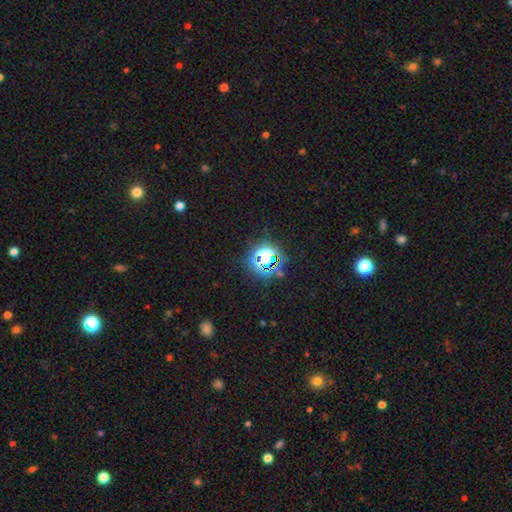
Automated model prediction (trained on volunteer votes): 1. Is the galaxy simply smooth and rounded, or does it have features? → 68% star or artifact, 23% smooth, 9% featured or disk.